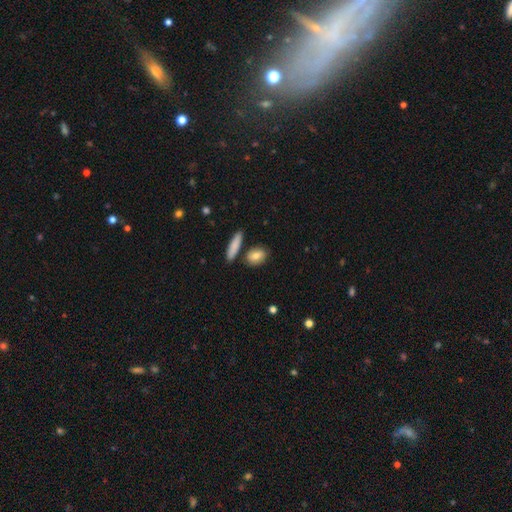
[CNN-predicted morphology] This is likely a smooth galaxy (80%). How rounded: likely in between (71%). Merging: likely none (75%).